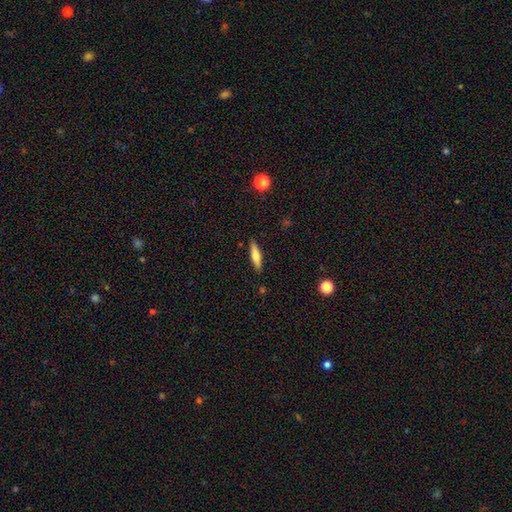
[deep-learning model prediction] Overall: smooth (56%; featured or disk 38%). How rounded: cigar-shaped (73%). Merging: none (89%).